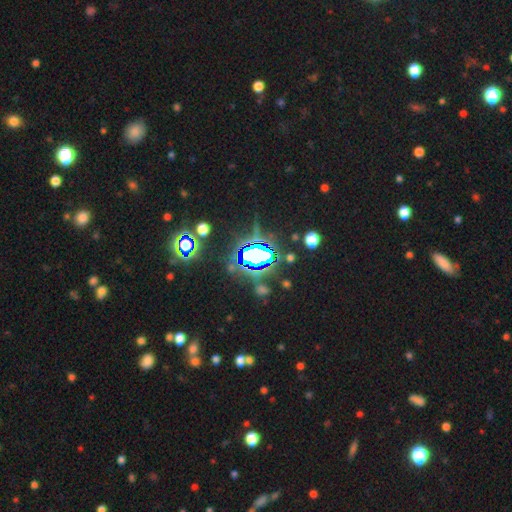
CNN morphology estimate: star or artifact 70%, smooth 17%, featured or disk 13%.